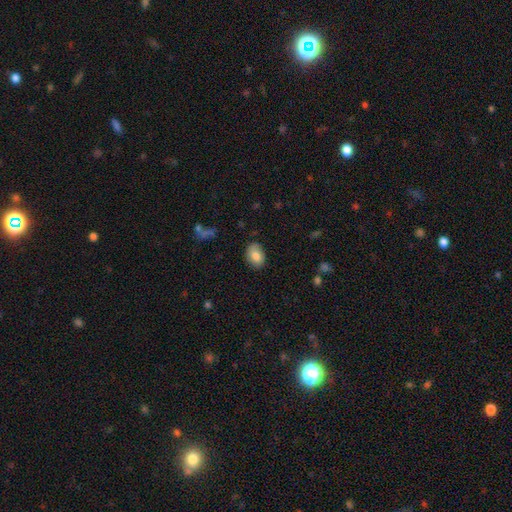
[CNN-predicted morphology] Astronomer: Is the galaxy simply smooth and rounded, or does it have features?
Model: smooth — 81%.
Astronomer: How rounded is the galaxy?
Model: in between — 82%.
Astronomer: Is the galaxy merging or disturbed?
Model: none — 81%.